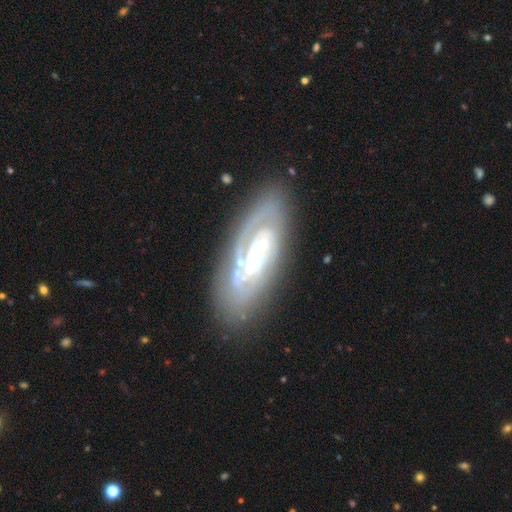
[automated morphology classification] Q: Smooth or featured?
A: featured or disk (81%); runner-up: smooth (12%)
Q: Edge-on disk?
A: no (90%); runner-up: yes (10%)
Q: Bar?
A: strong (39%); runner-up: weak (34%)
Q: Spiral arms?
A: yes (83%); runner-up: no (17%)
Q: Spiral winding?
A: tight (62%); runner-up: medium (29%)
Q: Spiral arm count?
A: 2 (42%); runner-up: can't tell (31%)
Q: Bulge size?
A: moderate (43%); runner-up: small (39%)
Q: Merging?
A: none (73%); runner-up: minor disturbance (16%)